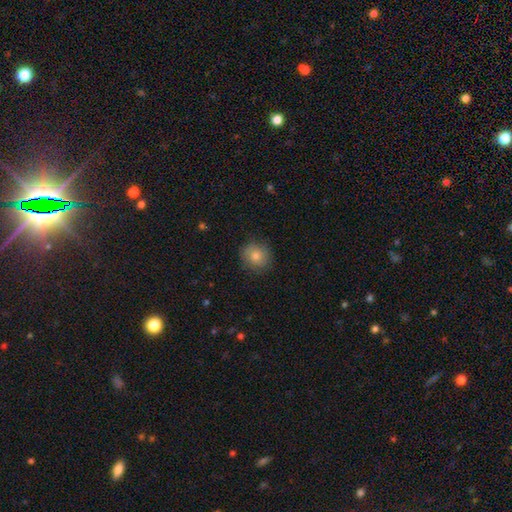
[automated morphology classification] Smooth or featured? Predicted: smooth (p=0.78). How rounded? Predicted: round (p=0.84). Merging? Predicted: none (p=0.81).